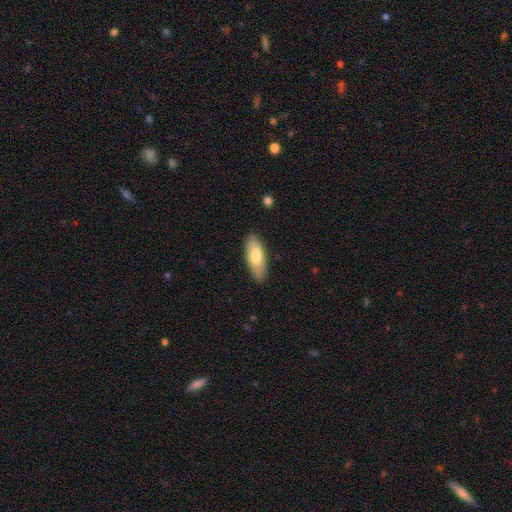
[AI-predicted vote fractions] This is likely a smooth galaxy (74%). How rounded: likely in between (74%). Merging: clearly none (84%).